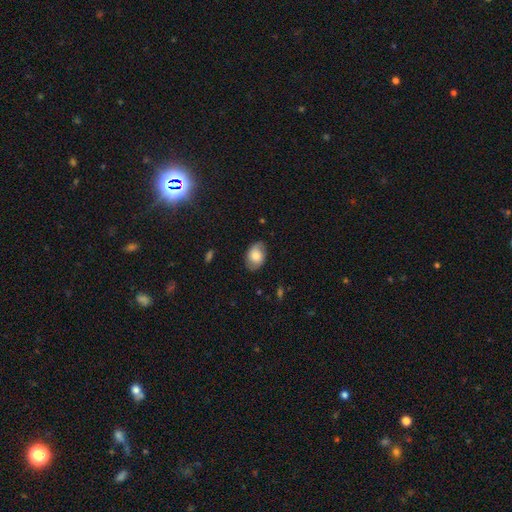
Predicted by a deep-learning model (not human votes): A smooth galaxy with no disk features (72%) that is in between round and cigar-shaped (82%). Merging: none (78%).